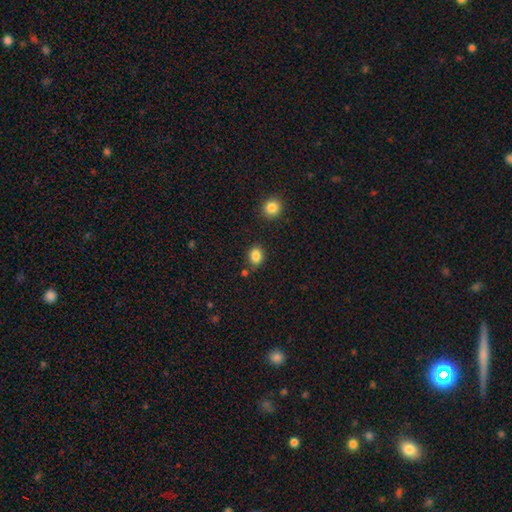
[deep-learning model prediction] The model was most divided on "how rounded": in between: 60%, round: 39%, cigar-shaped: 1%. More confident: smooth or featured — smooth (86%); merging — none (78%).